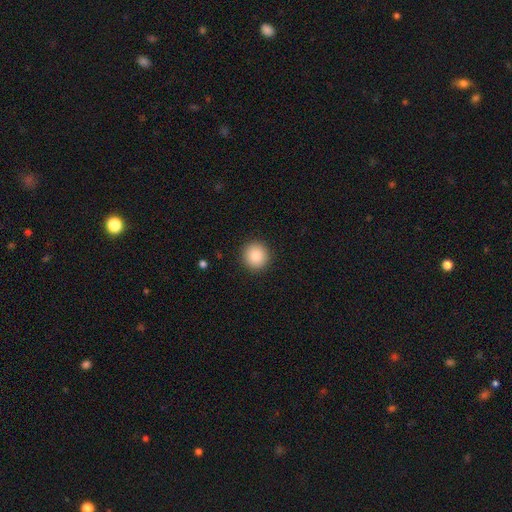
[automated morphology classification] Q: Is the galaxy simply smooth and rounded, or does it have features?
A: smooth — 87%.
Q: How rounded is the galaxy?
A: round — 94%.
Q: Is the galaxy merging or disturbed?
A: none — 92%.